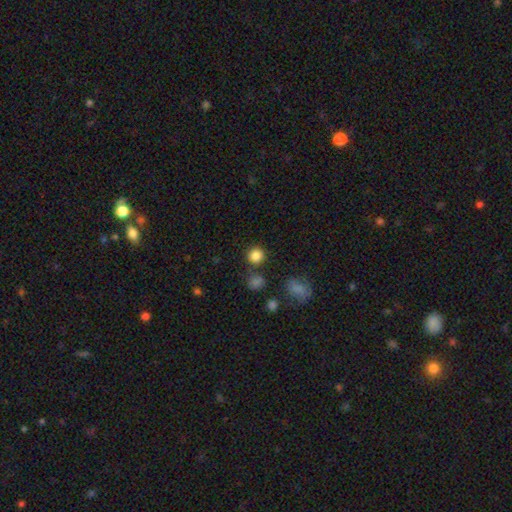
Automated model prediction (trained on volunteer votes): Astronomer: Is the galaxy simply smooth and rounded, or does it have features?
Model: smooth — 84%.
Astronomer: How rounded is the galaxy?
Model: round — 92%.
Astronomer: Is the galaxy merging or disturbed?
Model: none — 82%.